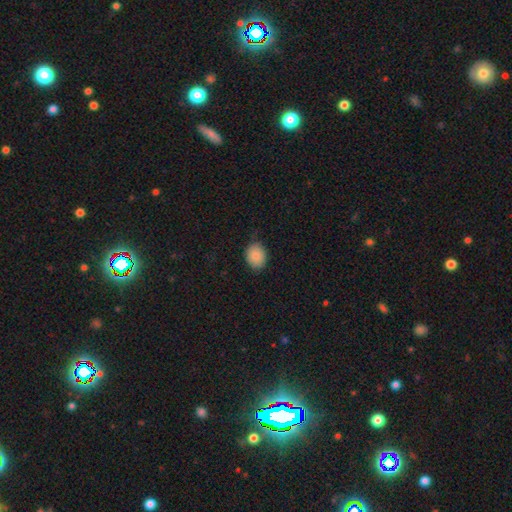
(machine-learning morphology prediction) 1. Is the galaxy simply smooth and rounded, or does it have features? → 86% smooth, 8% star or artifact, 6% featured or disk.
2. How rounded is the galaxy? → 57% round, 42% in between, 1% cigar-shaped.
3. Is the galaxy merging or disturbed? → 71% none, 24% minor disturbance, 4% major disturbance, 1% merger.